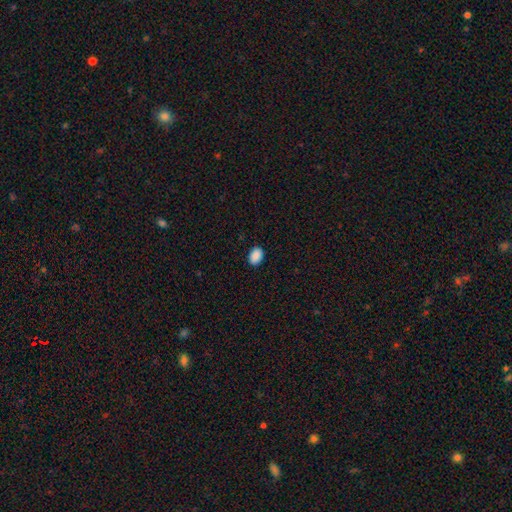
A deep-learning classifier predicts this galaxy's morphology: A smooth galaxy with no disk features (90%) that is in between round and cigar-shaped (79%). Merging: none (89%).